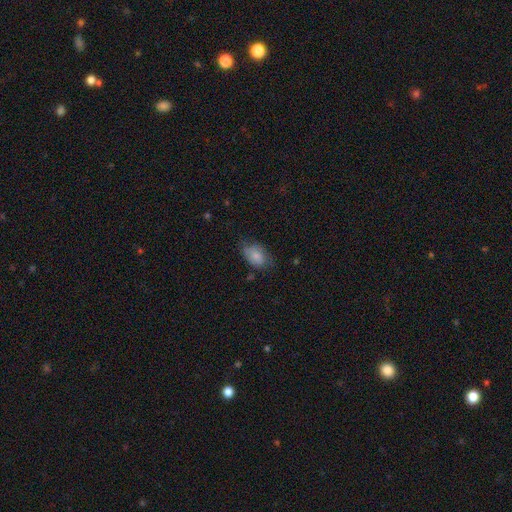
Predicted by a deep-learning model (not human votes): smooth 74%, featured or disk 18%, star or artifact 7%. Down the decision tree: how rounded — in between (86%); merging — none (57%).